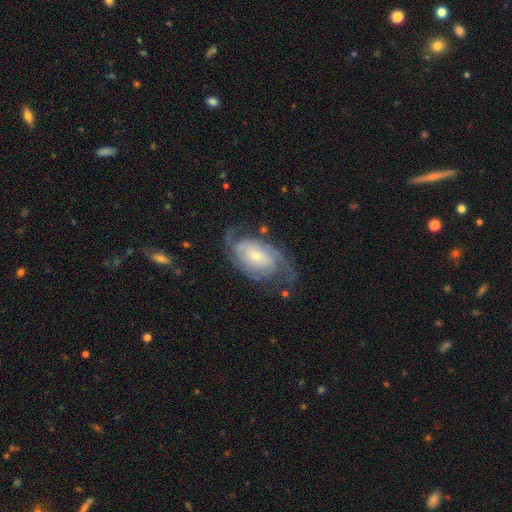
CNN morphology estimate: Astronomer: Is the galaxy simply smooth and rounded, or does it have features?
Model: featured or disk — 84%.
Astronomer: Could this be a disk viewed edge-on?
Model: no — 96%.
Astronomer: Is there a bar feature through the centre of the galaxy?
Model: no — 64%.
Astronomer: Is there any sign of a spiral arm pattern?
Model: yes — 94%.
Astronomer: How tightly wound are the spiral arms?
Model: medium — 41% (runner-up: tight, 40%).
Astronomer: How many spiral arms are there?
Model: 2 — 69%.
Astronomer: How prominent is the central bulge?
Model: small — 64%.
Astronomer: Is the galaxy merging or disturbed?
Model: none — 64%.